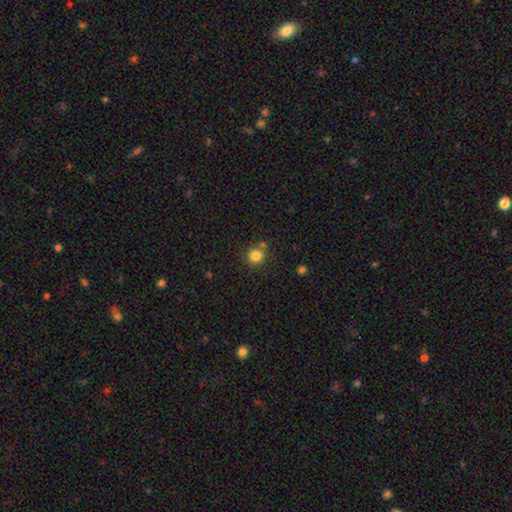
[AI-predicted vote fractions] A smooth galaxy with no disk features (82%) that is round (92%).

Vote fractions:
- Smooth or featured? smooth: 82% / star or artifact: 13% / featured or disk: 5%
- How rounded? round: 92% / in between: 7% / cigar-shaped: 1%
- Merging? none: 81% / minor disturbance: 8% / merger: 8% / major disturbance: 3%